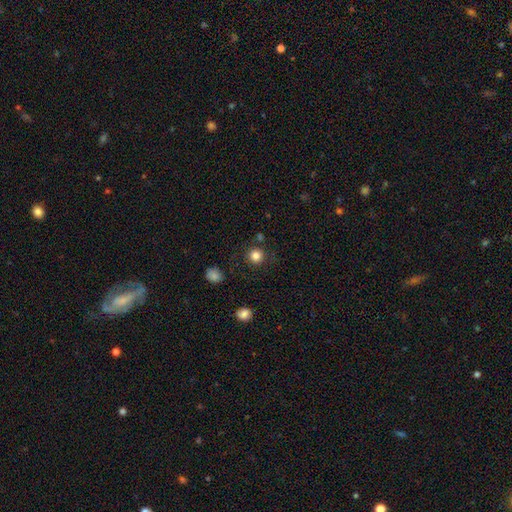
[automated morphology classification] A smooth galaxy with no disk features (83%) that is round (94%). Merging: none (87%).